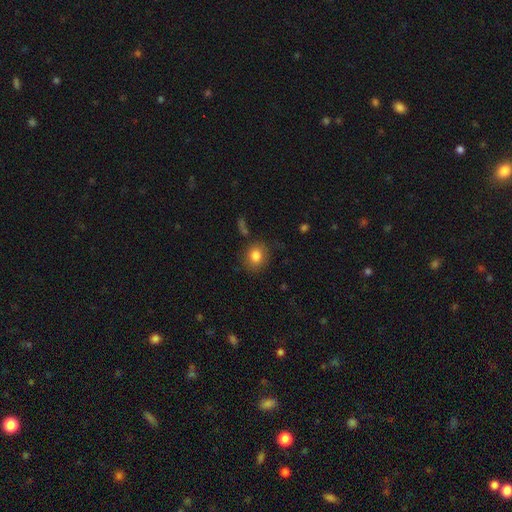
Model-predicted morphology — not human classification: The model was most divided on "how rounded": round: 75%, in between: 24%, cigar-shaped: 1%. More confident: smooth or featured — smooth (82%); merging — none (82%).